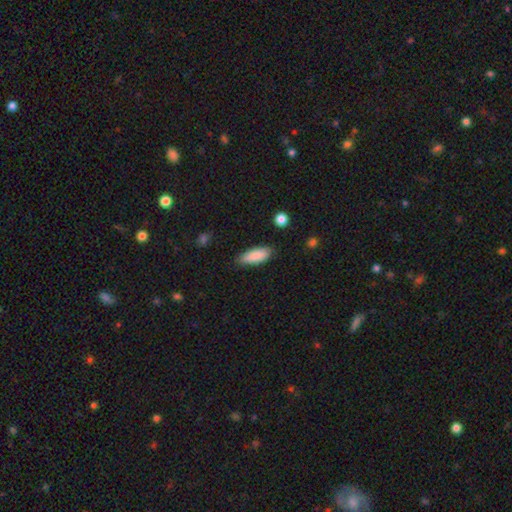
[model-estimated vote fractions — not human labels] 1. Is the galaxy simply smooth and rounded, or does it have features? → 87% smooth, 7% featured or disk, 6% star or artifact.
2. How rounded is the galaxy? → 72% in between, 26% cigar-shaped, 2% round.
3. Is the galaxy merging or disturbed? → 81% none, 15% minor disturbance, 3% major disturbance, 1% merger.